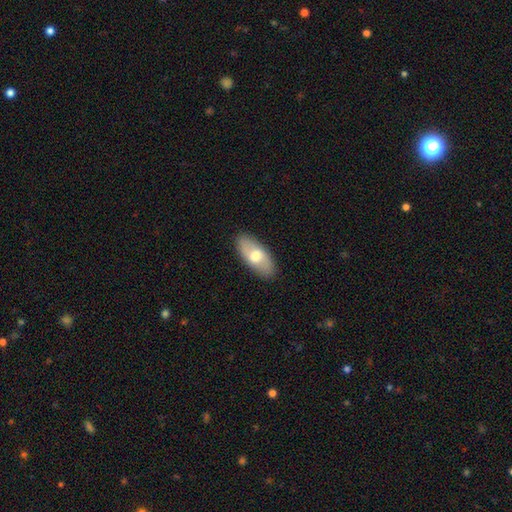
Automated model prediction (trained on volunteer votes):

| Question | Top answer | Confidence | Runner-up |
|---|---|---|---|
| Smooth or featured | smooth | 61% | featured or disk (33%) |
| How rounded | in between | 88% | cigar-shaped (9%) |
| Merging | none | 89% | minor disturbance (8%) |